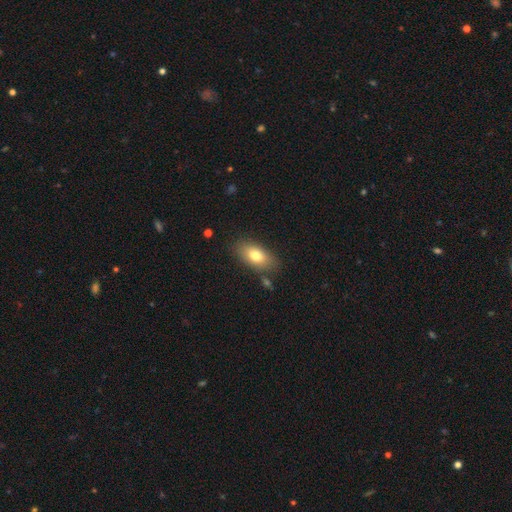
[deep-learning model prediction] Morphology: type=smooth (77%); roundness=in between (89%); merging=none (79%).